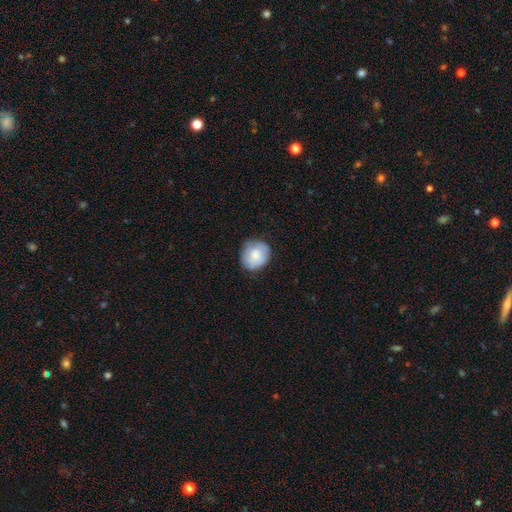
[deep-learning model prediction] Overall: smooth (80%). How rounded: round (78%). Merging: none (75%).